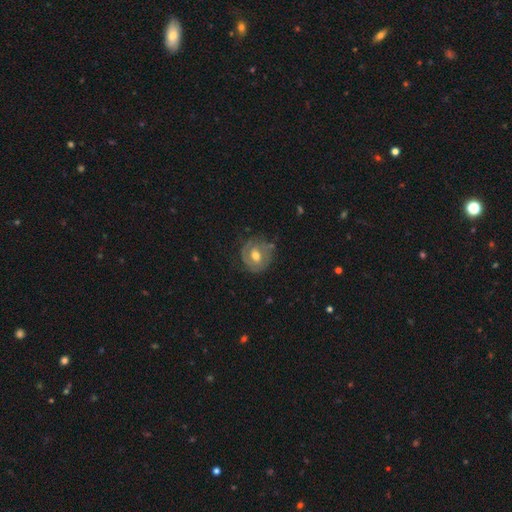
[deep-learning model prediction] A featured or disk galaxy (65%) with a weak bar (45%), spiral arms (74%) and a moderate central bulge (77%). Merging: none (70%).